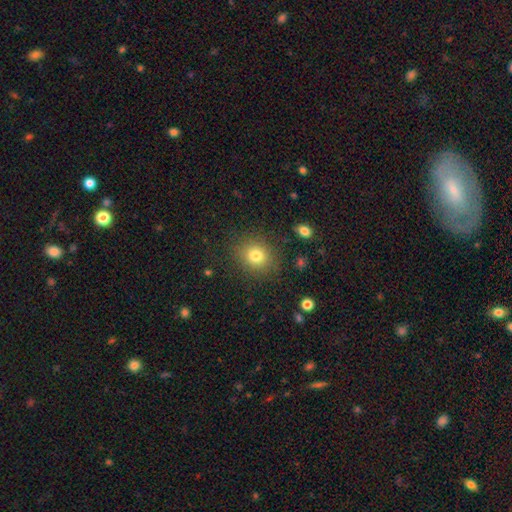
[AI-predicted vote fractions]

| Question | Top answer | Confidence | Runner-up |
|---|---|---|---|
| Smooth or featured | smooth | 79% | star or artifact (13%) |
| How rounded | round | 75% | in between (24%) |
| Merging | none | 85% | minor disturbance (9%) |